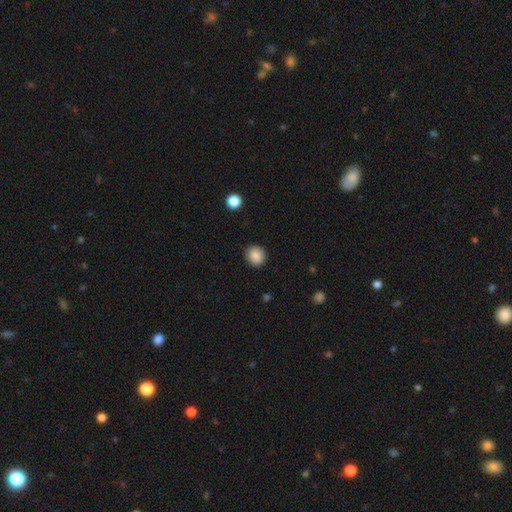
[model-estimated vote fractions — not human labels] Q: Smooth or featured?
A: smooth (88%); runner-up: star or artifact (9%)
Q: How rounded?
A: round (82%); runner-up: in between (17%)
Q: Merging?
A: none (89%); runner-up: minor disturbance (7%)